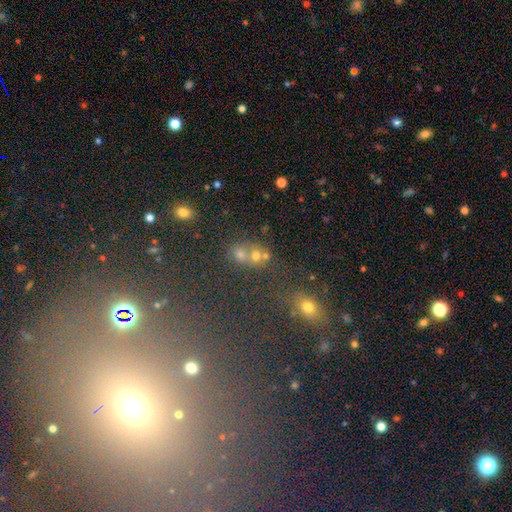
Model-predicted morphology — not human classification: Overall: smooth (56%; star or artifact 29%). How rounded: round (64%; in between 34%). Merging: none (46%; merger 40%).